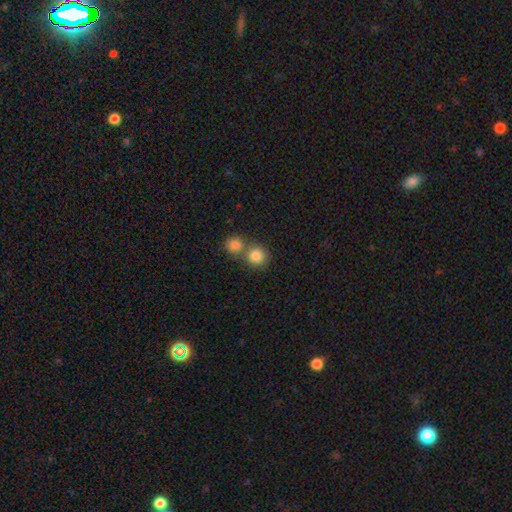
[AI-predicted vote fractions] This is clearly a smooth galaxy (84%). How rounded: clearly round (88%). Merging: possibly none (47%).